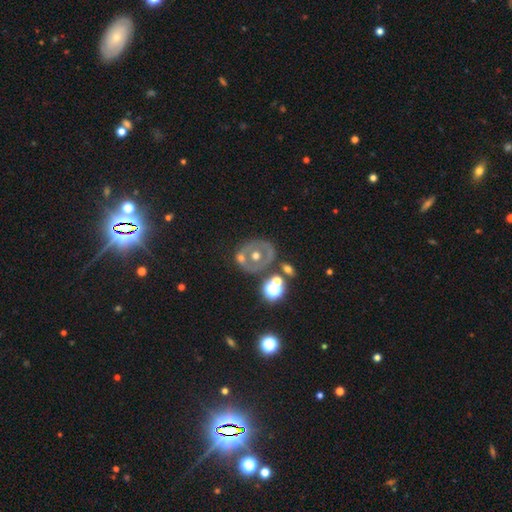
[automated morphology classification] Smooth or featured: featured or disk — 60% (smooth — 28%)
Edge-on disk: no — 95% (yes — 5%)
Bar: no — 86% (weak — 10%)
Spiral arms: no — 86% (yes — 14%)
Bulge size: moderate — 75% (small — 14%)
Merging: none — 66% (minor disturbance — 14%)